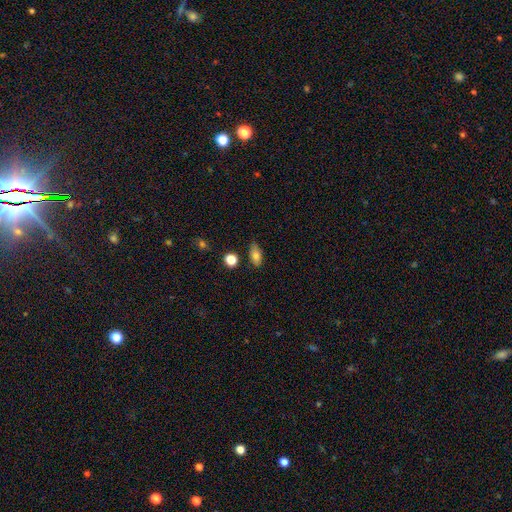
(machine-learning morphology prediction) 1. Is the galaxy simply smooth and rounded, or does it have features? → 79% smooth, 11% featured or disk, 10% star or artifact.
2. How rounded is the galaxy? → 85% in between, 8% round, 7% cigar-shaped.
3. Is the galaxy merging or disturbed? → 74% none, 19% minor disturbance, 4% major disturbance, 3% merger.